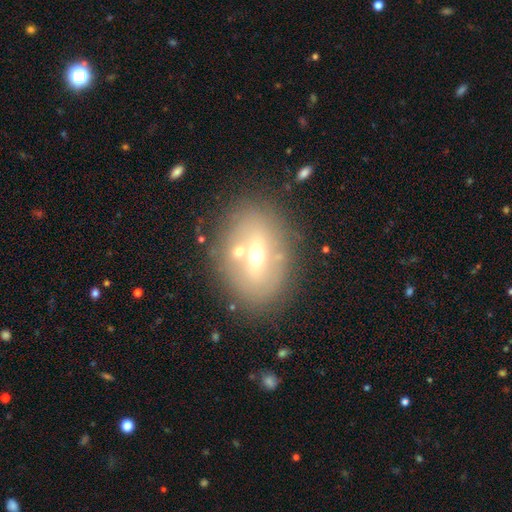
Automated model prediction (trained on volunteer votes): Q: Smooth or featured?
A: smooth (44%); runner-up: featured or disk (43%)
Q: Merging?
A: none (70%); runner-up: minor disturbance (13%)